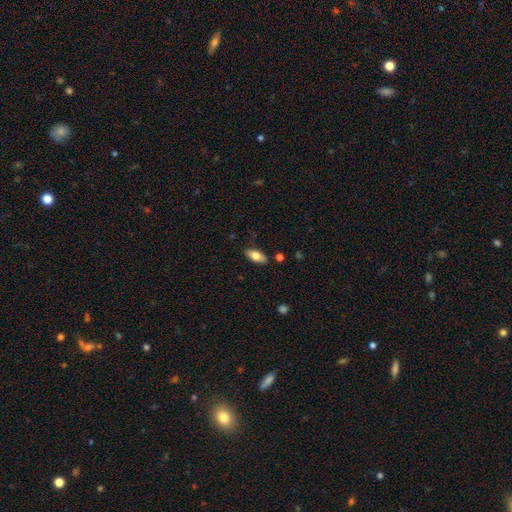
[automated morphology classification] Smooth or featured? smooth (76%)
How rounded? in between (88%)
Merging? none (84%)